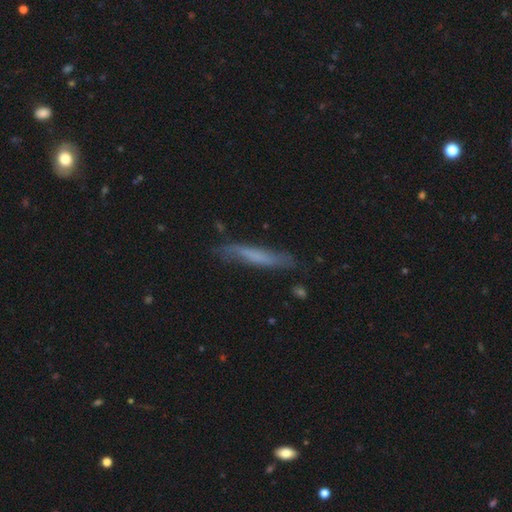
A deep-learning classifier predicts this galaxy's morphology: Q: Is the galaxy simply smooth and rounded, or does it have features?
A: smooth — 53%.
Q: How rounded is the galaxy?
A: cigar-shaped — 92%.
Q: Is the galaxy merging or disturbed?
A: none — 73%.